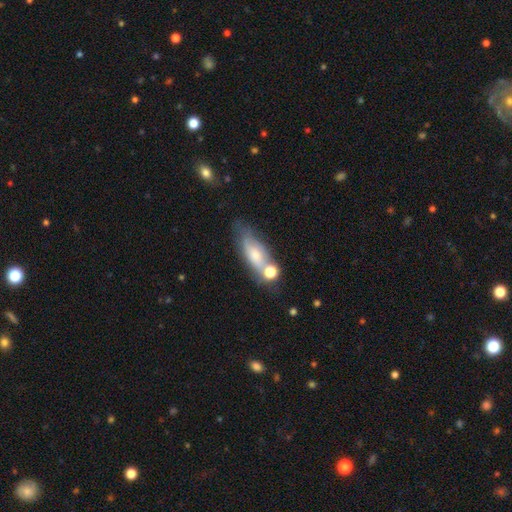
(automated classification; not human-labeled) Smooth or featured: smooth — 55% (featured or disk — 36%)
How rounded: in between — 61% (cigar-shaped — 32%)
Merging: none — 46% (merger — 23%)